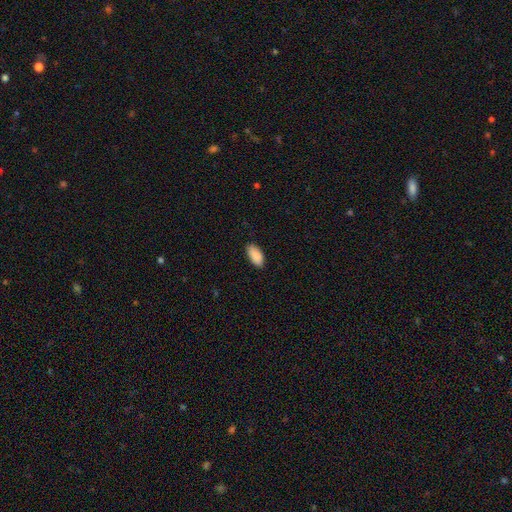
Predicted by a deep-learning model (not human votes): This appears to be a smooth galaxy with no disk features (90%) that is in between round and cigar-shaped (93%). Merging: none (86%).